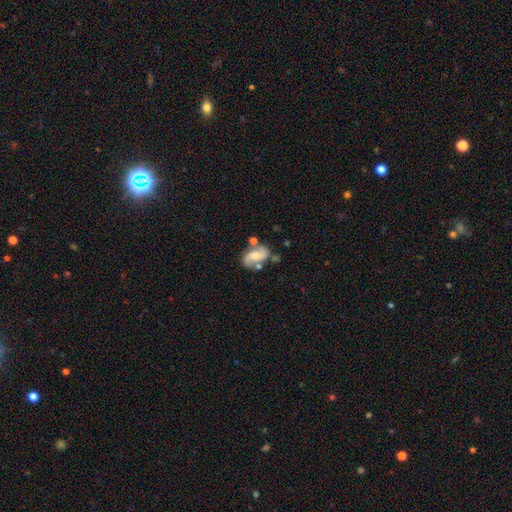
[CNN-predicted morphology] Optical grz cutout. It shows a featured or disk galaxy (73%) with no bar (51%), 2 (87%) loose (46%) spiral arms (91%) and a moderate central bulge (51%). Merging: none (58%).